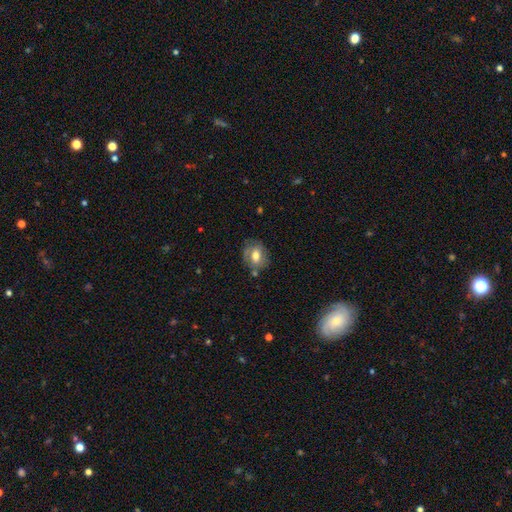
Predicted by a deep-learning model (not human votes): A smooth galaxy with no disk features (60%) that is in between round and cigar-shaped (55%). Merging: none (66%).